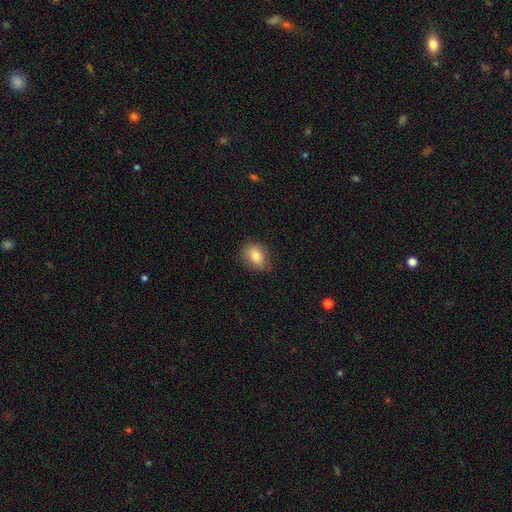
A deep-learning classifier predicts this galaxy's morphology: Smooth or featured: smooth — 79% (featured or disk — 12%)
How rounded: in between — 65% (round — 34%)
Merging: none — 75% (minor disturbance — 20%)